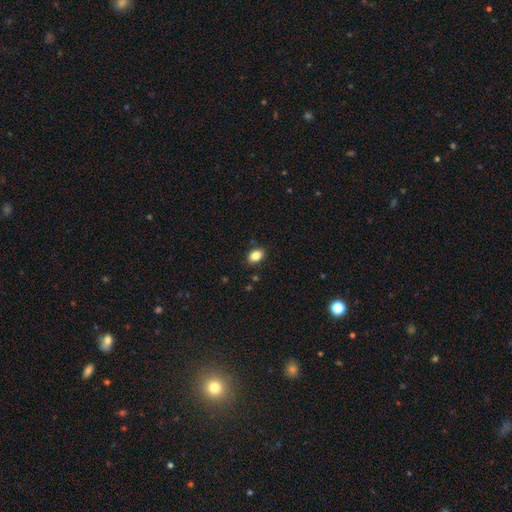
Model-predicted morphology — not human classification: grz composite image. It shows a smooth galaxy with no disk features (85%) that is in between round and cigar-shaped (82%). Merging: none (87%).